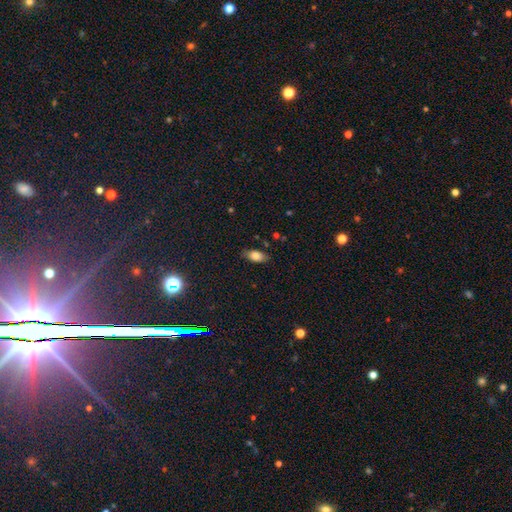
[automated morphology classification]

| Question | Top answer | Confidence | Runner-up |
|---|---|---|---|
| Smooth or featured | smooth | 79% | featured or disk (12%) |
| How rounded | in between | 89% | cigar-shaped (7%) |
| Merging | none | 83% | minor disturbance (13%) |